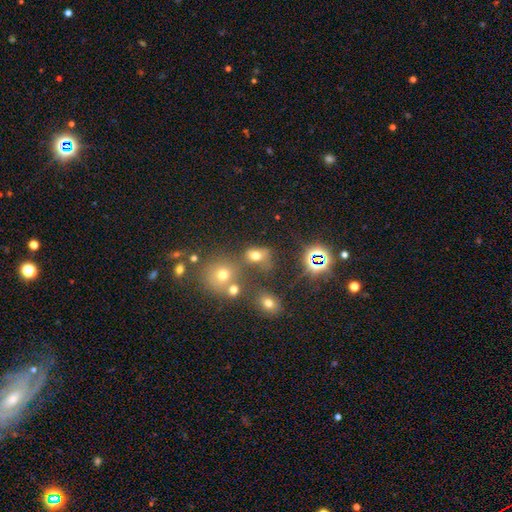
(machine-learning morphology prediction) smooth-or-featured: smooth: 62% | star or artifact: 26% | featured or disk: 12%
  how-rounded: in between: 60% | round: 38% | cigar-shaped: 2%
  merging: none: 50% | merger: 25% | minor disturbance: 14% | major disturbance: 11%